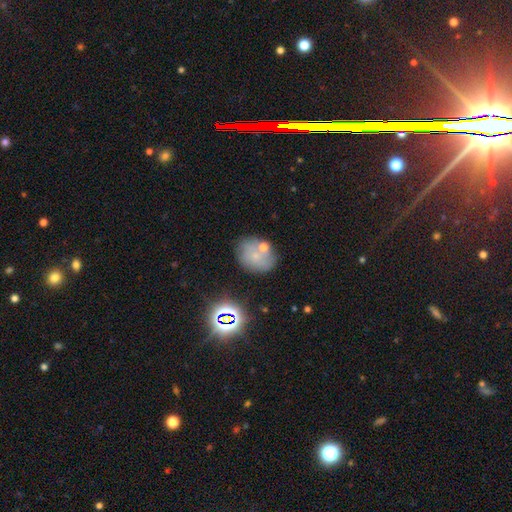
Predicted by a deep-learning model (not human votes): smooth_or_featured: smooth (p=0.58) [alt: featured or disk p=0.24]
how_rounded: round (p=0.52) [alt: in between p=0.47]
merging: none (p=0.62) [alt: minor disturbance p=0.16]